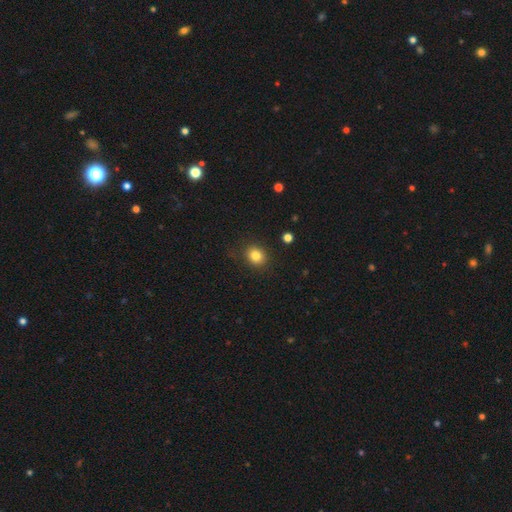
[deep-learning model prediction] smooth-or-featured: smooth: 82% | star or artifact: 11% | featured or disk: 6%
  how-rounded: round: 71% | in between: 28% | cigar-shaped: 1%
  merging: none: 85% | minor disturbance: 10% | major disturbance: 3% | merger: 1%